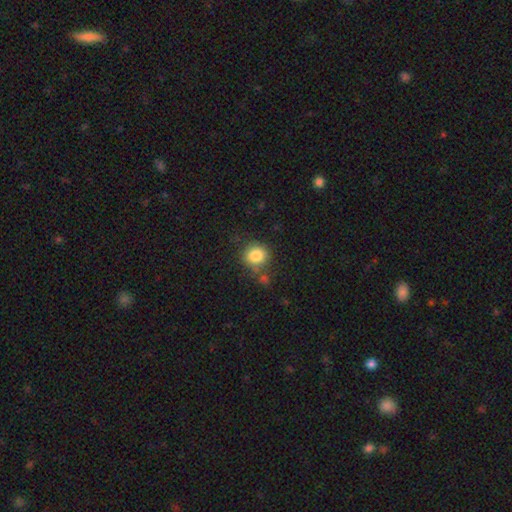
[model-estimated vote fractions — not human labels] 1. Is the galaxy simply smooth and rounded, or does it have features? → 84% smooth, 10% star or artifact, 7% featured or disk.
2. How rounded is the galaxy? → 86% round, 13% in between, 1% cigar-shaped.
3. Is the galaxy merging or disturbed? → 73% none, 14% minor disturbance, 8% merger, 5% major disturbance.